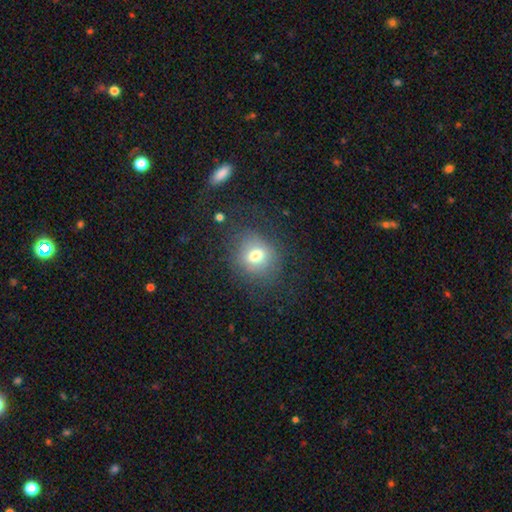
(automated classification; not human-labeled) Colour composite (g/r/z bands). It shows a smooth galaxy with no disk features (69%) that is round (64%). Merging: none (70%).